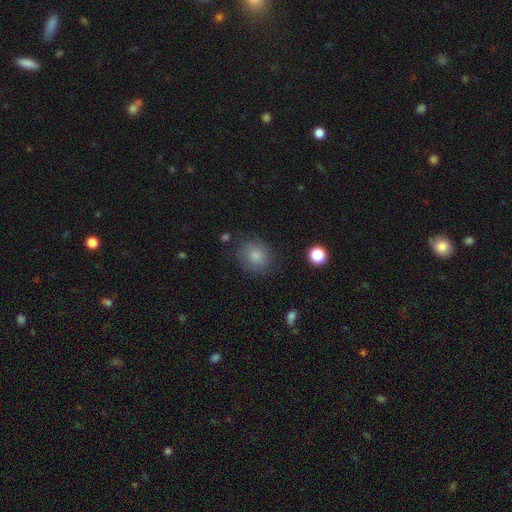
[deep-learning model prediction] This is clearly a smooth galaxy (83%). How rounded: likely round (73%). Merging: clearly none (80%).